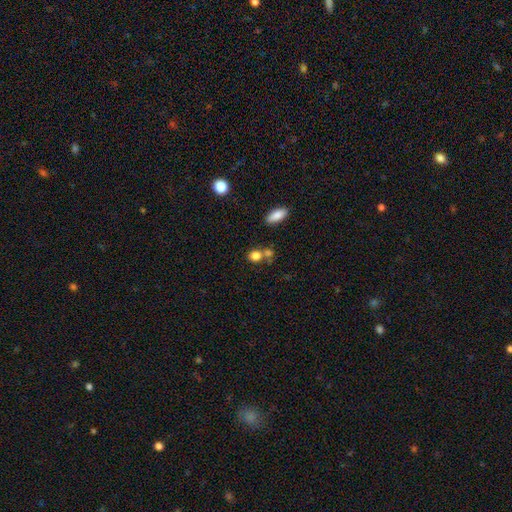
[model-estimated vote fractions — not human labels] Q: Smooth or featured?
A: smooth (82%); runner-up: star or artifact (11%)
Q: How rounded?
A: round (75%); runner-up: in between (24%)
Q: Merging?
A: none (53%); runner-up: merger (33%)